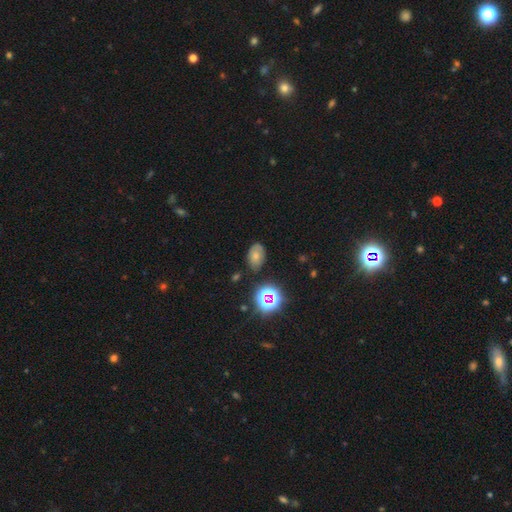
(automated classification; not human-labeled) Morphology: type=smooth (63%); roundness=in between (85%); merging=none (73%).